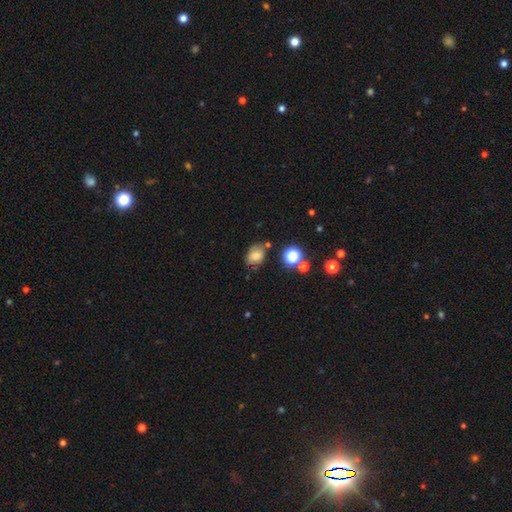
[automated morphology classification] Overall: smooth (74%). How rounded: in between (68%; round 30%). Merging: none (66%).